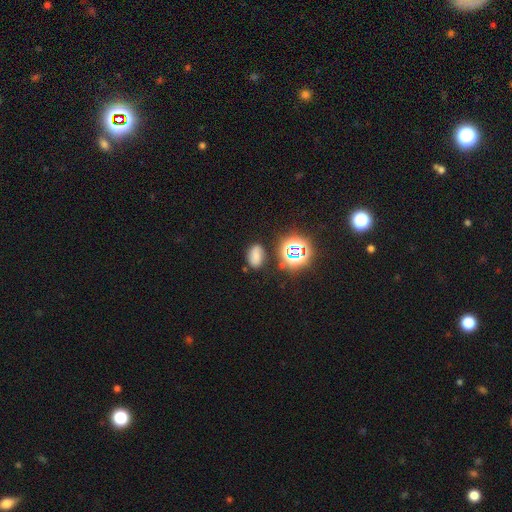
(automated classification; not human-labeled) Smooth or featured: smooth — 58% (star or artifact — 25%)
How rounded: in between — 81% (round — 17%)
Merging: none — 75% (minor disturbance — 16%)